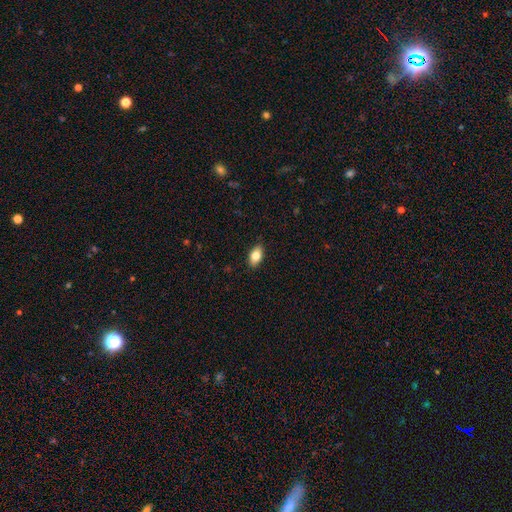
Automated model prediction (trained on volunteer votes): smooth-or-featured: smooth: 81% | featured or disk: 11% | star or artifact: 7%
  how-rounded: in between: 91% | round: 6% | cigar-shaped: 3%
  merging: none: 88% | minor disturbance: 9% | major disturbance: 2% | merger: 1%